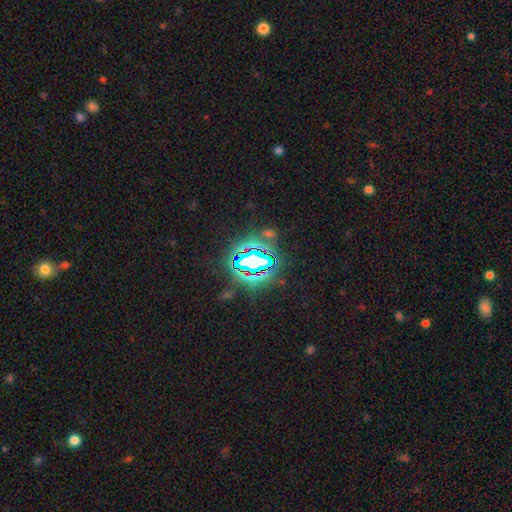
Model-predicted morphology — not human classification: Smooth or featured? Predicted: star or artifact (p=0.82).